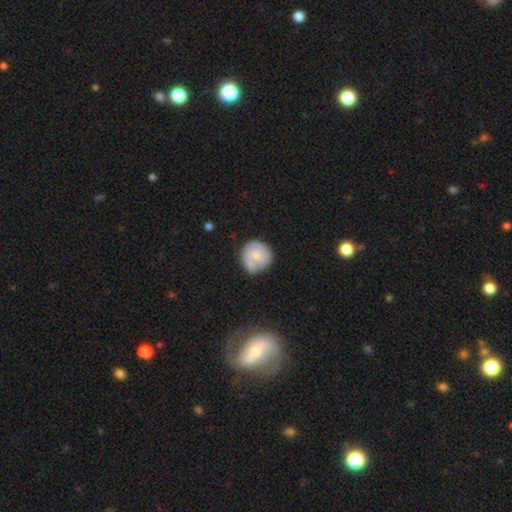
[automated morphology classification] This is likely a smooth galaxy (63%). How rounded: clearly round (90%). Merging: possibly none (60%).